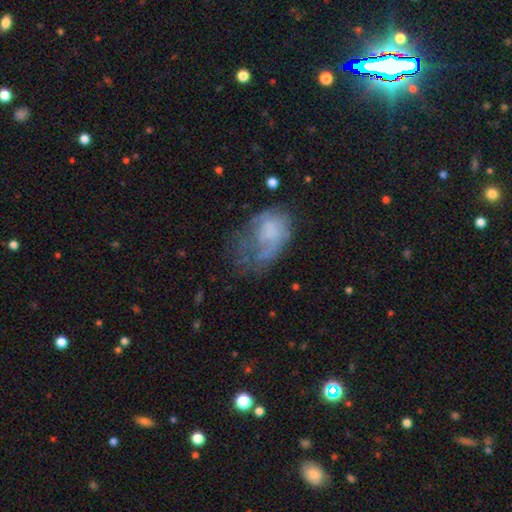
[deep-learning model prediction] This is marginally a smooth galaxy (40%). Merging: marginally none (39%).